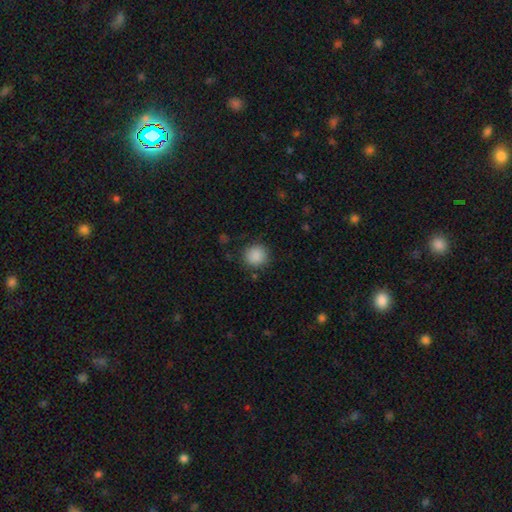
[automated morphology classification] smooth-or-featured: smooth: 88% | star or artifact: 9% | featured or disk: 3%
  how-rounded: round: 91% | in between: 8% | cigar-shaped: 1%
  merging: none: 88% | minor disturbance: 8% | major disturbance: 3% | merger: 1%